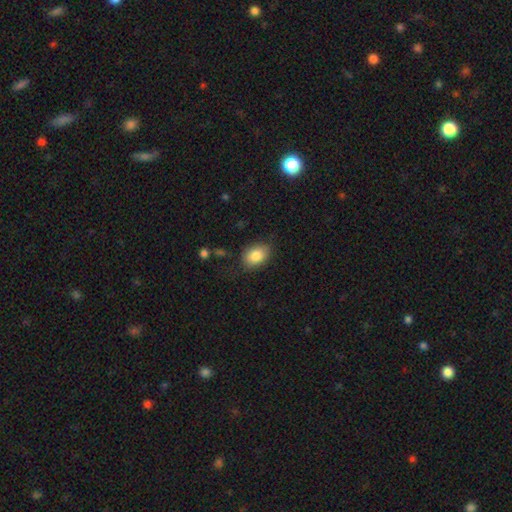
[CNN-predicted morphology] The model was most divided on "merging": none: 77%, minor disturbance: 17%, major disturbance: 5%, merger: 2%. More confident: smooth or featured — smooth (85%); how rounded — in between (80%).